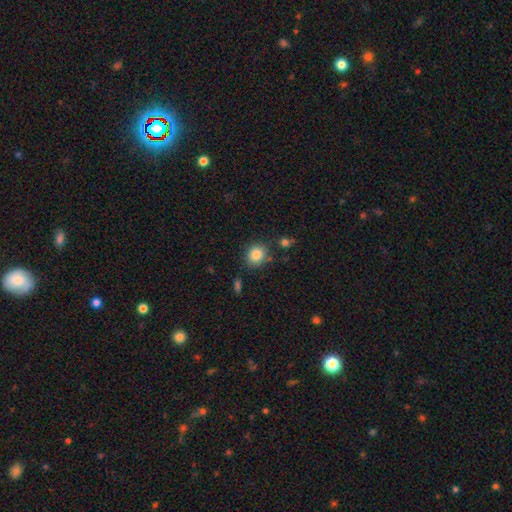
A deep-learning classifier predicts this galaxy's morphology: A smooth galaxy with no disk features (85%) that is round (79%).

Vote fractions:
- Smooth or featured? smooth: 85% / star or artifact: 9% / featured or disk: 6%
- How rounded? round: 79% / in between: 20% / cigar-shaped: 1%
- Merging? none: 80% / minor disturbance: 12% / merger: 5% / major disturbance: 4%